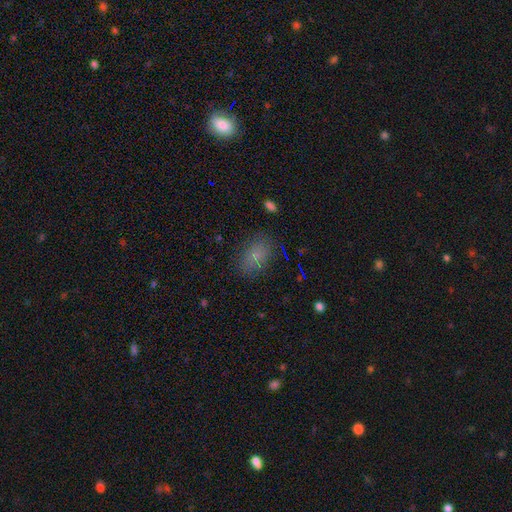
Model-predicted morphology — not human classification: Overall: smooth (76%). How rounded: in between (81%). Merging: none (80%).